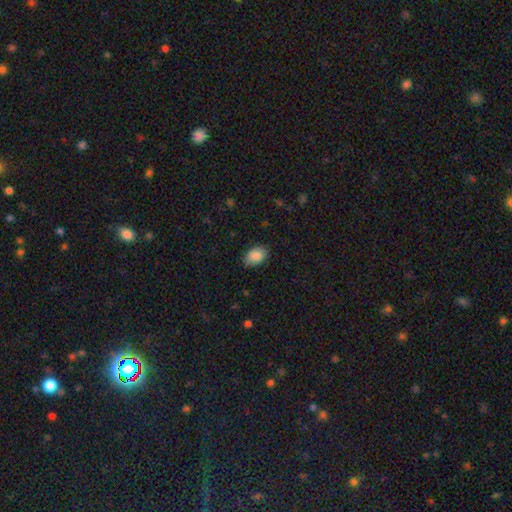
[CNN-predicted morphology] Smooth or featured? Predicted: smooth (p=0.88). How rounded? Predicted: in between (p=0.88). Merging? Predicted: none (p=0.85).